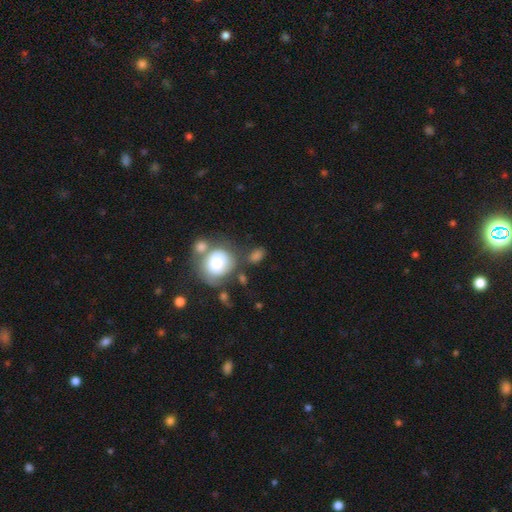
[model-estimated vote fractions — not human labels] Overall: smooth (68%). How rounded: round (55%; in between 42%). Merging: none (44%; merger 23%).